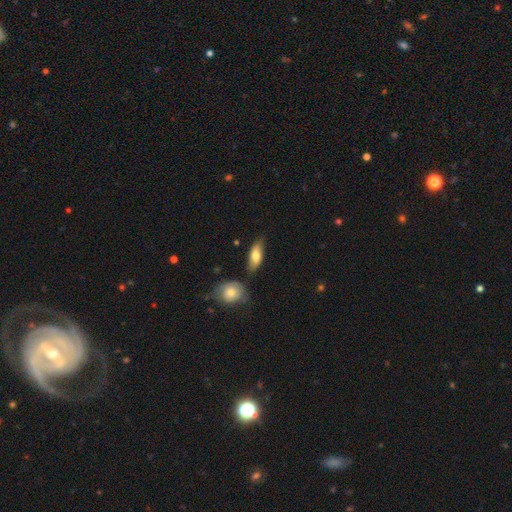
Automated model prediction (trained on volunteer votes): Smooth or featured?
  - smooth: 71% *
  - featured or disk: 23%
  - star or artifact: 6%
How rounded?
  - in between: 80% *
  - cigar-shaped: 16%
  - round: 4%
Merging?
  - none: 67% *
  - minor disturbance: 20%
  - merger: 9%
  - major disturbance: 5%